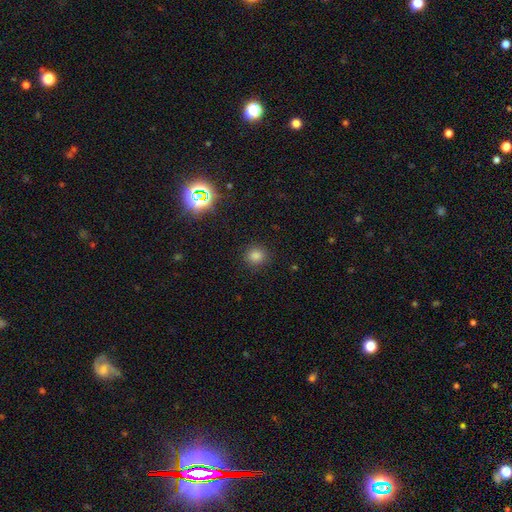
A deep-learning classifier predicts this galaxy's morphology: This appears to be a smooth galaxy with no disk features (81%) that is round (87%). Merging: none (89%).